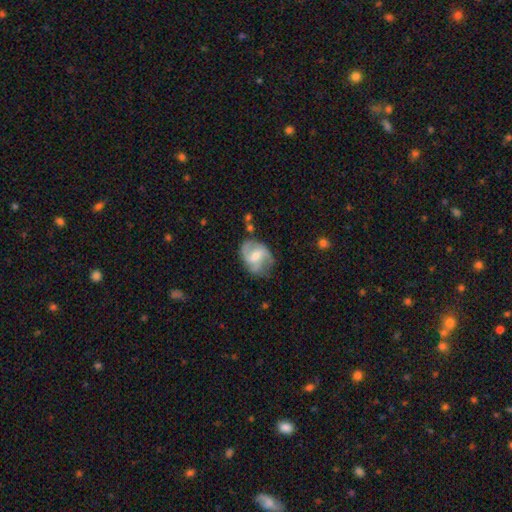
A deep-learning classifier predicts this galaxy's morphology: smooth-or-featured: featured or disk: 76% | smooth: 18% | star or artifact: 6%
  disk-edge-on: no: 97% | yes: 3%
    bar: weak: 52% | no: 27% | strong: 21%
    has-spiral-arms: yes: 91% | no: 9%
      spiral-winding: medium: 47% | loose: 36% | tight: 17%
      spiral-arm-count: 2: 59% | 3: 21% | can't tell: 11% | 4: 3% | 1: 3% | more than 4: 2%
    bulge-size: moderate: 51% | small: 40% | none: 4% | large: 4% | dominant: 1%
  merging: none: 61% | minor disturbance: 24% | major disturbance: 12% | merger: 4%